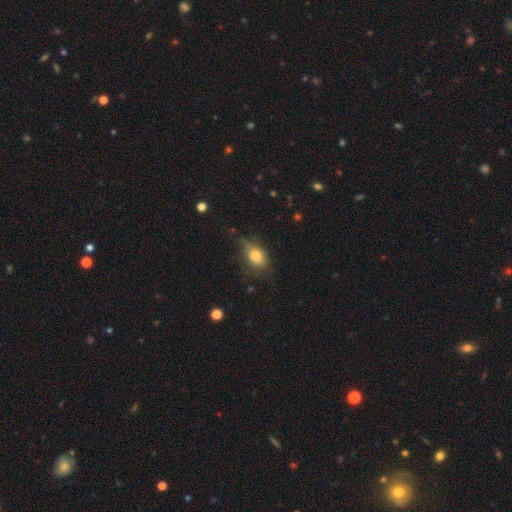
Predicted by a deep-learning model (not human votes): smooth-or-featured: smooth: 77% | featured or disk: 13% | star or artifact: 9%
  how-rounded: in between: 72% | round: 26% | cigar-shaped: 2%
  merging: none: 50% | minor disturbance: 35% | major disturbance: 14% | merger: 2%